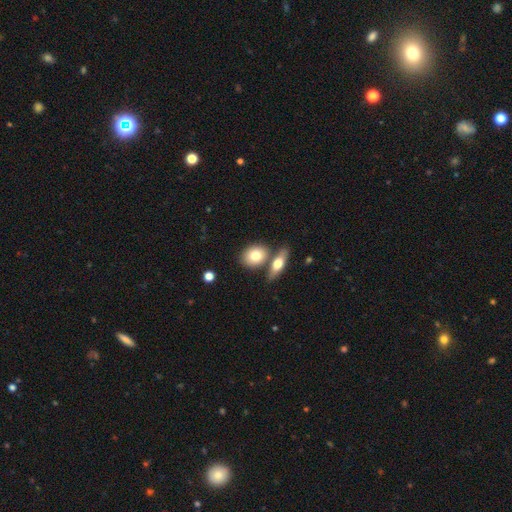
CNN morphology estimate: type=smooth (76%); roundness=in between (58%); merging=none (59%).